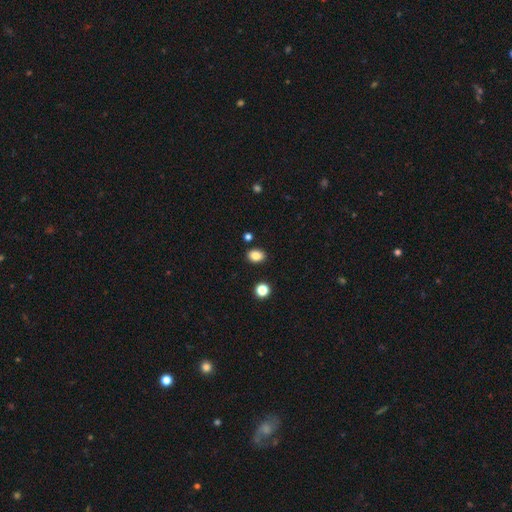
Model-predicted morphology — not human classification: A smooth galaxy with no disk features (85%) that is in between round and cigar-shaped (68%). Merging: none (86%).